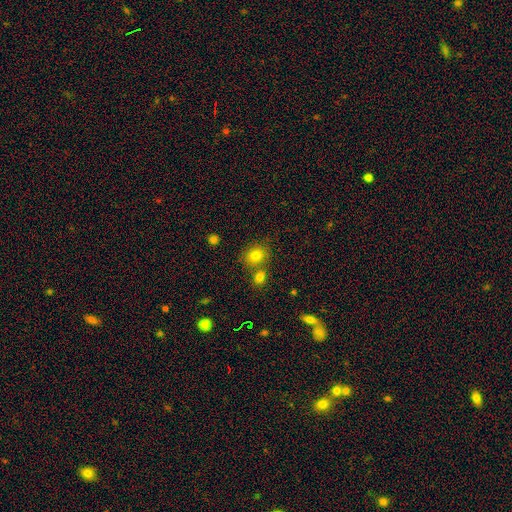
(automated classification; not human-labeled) Overall: smooth (78%). How rounded: round (64%; in between 35%). Merging: none (63%; merger 25%).